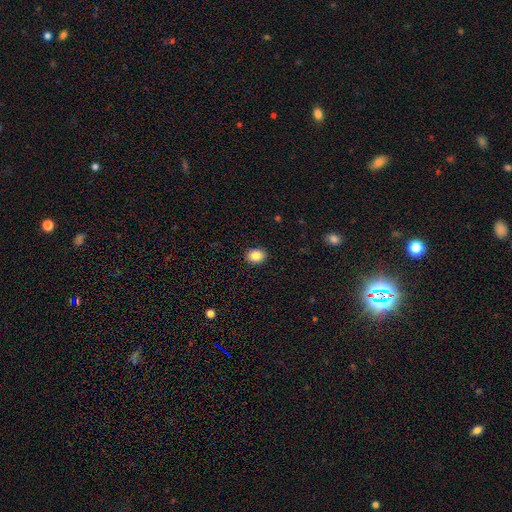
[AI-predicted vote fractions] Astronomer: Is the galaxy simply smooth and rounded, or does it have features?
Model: smooth — 86%.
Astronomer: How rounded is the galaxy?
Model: round — 50% (runner-up: in between, 49%).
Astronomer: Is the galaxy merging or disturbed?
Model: none — 90%.